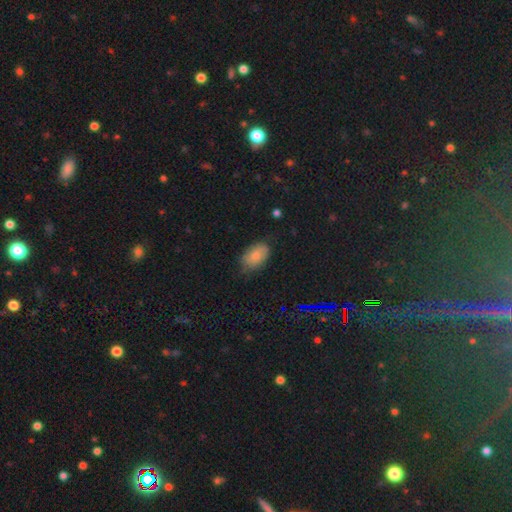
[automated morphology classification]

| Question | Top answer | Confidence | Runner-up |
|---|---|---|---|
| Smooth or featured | smooth | 75% | featured or disk (16%) |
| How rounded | in between | 91% | round (8%) |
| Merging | none | 70% | minor disturbance (24%) |